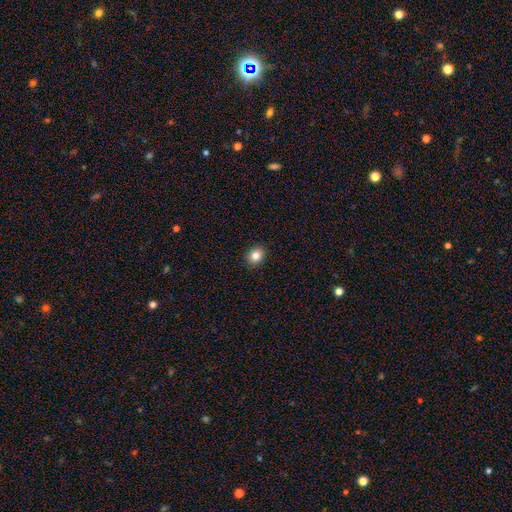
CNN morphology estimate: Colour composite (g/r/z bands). It shows a smooth galaxy with no disk features (84%) that is round (66%). Merging: none (92%).